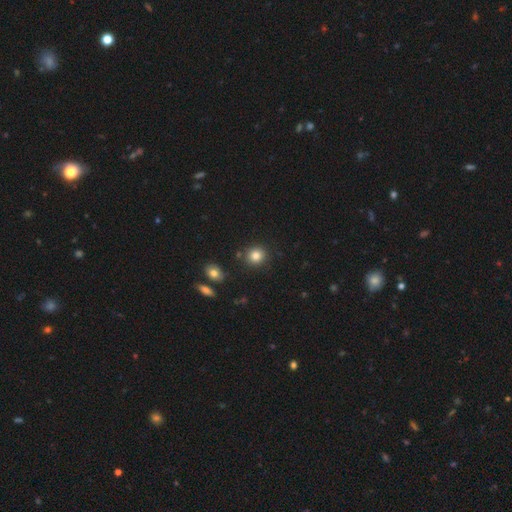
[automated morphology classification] Overall: smooth (83%). How rounded: round (85%). Merging: none (85%).